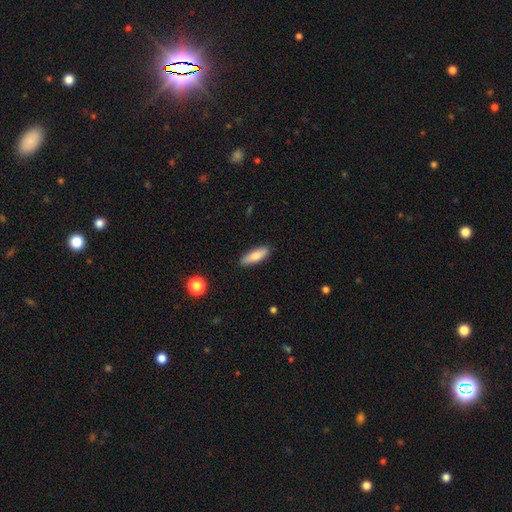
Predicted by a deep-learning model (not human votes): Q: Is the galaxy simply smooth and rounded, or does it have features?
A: smooth — 80%.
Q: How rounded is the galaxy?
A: in between — 53%.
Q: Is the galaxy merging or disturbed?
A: none — 88%.